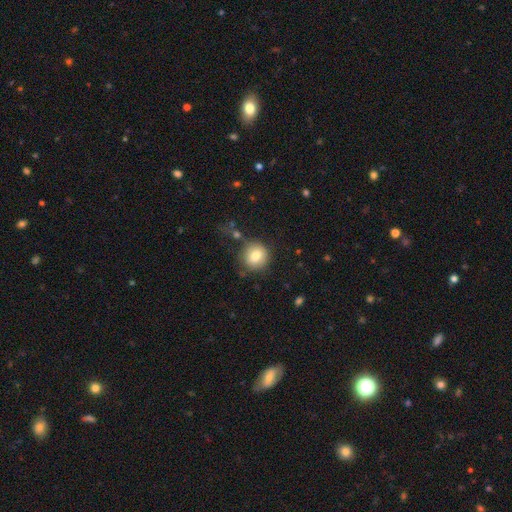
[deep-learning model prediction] This appears to be a smooth galaxy with no disk features (80%) that is round (89%). Merging: none (76%).